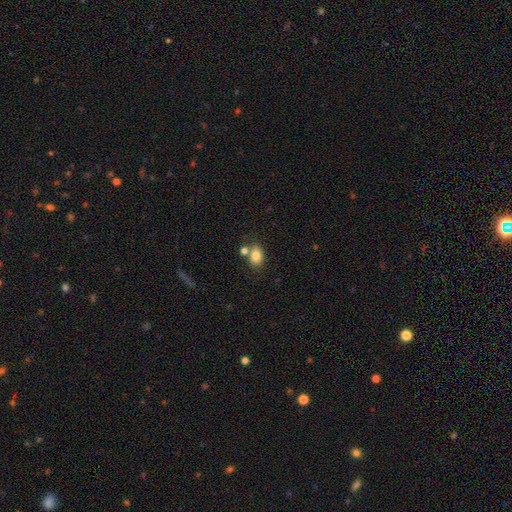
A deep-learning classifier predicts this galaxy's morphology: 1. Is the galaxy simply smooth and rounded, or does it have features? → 82% smooth, 10% star or artifact, 9% featured or disk.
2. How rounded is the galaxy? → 71% in between, 28% round, 1% cigar-shaped.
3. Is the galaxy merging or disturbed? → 61% none, 24% merger, 12% minor disturbance, 3% major disturbance.